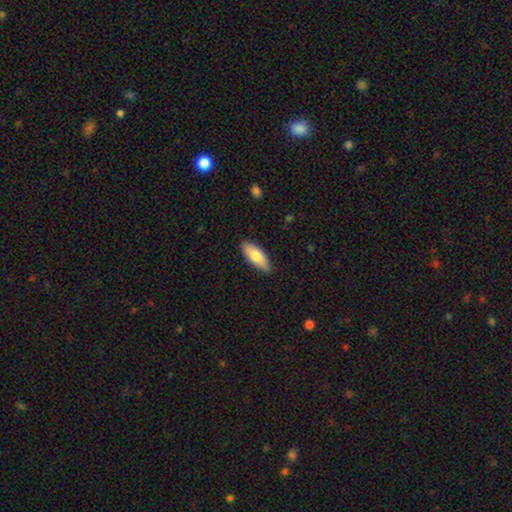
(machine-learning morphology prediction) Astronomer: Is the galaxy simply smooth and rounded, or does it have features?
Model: smooth — 76%.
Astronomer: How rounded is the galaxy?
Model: in between — 75%.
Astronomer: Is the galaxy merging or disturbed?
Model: none — 88%.